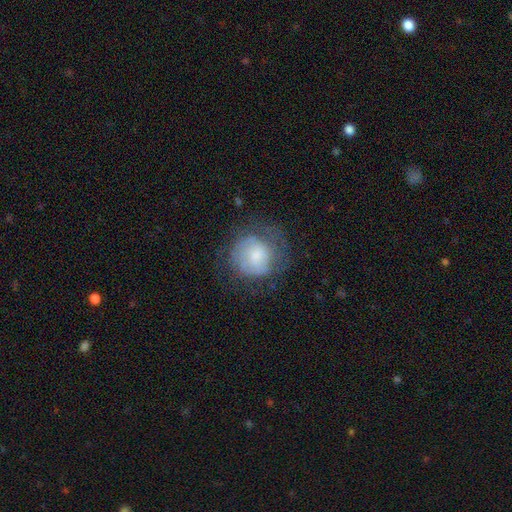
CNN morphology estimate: smooth 51%, featured or disk 41%, star or artifact 8%. Down the decision tree: how rounded — round (86%); merging — none (56%).